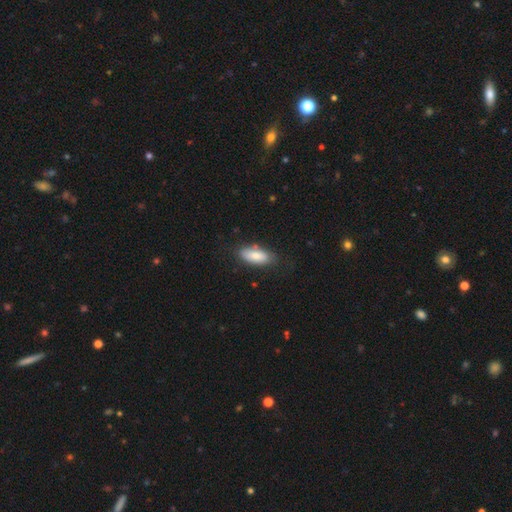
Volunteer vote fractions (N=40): Morphology: type=smooth (88%); roundness=in between (89%); merging=none (86%).